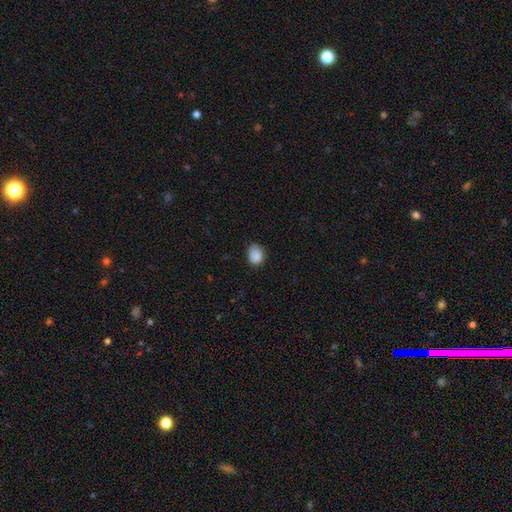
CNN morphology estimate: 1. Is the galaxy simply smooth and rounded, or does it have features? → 87% smooth, 8% star or artifact, 4% featured or disk.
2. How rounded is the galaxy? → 56% in between, 43% round, 1% cigar-shaped.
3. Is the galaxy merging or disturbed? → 69% none, 26% minor disturbance, 4% major disturbance, 1% merger.